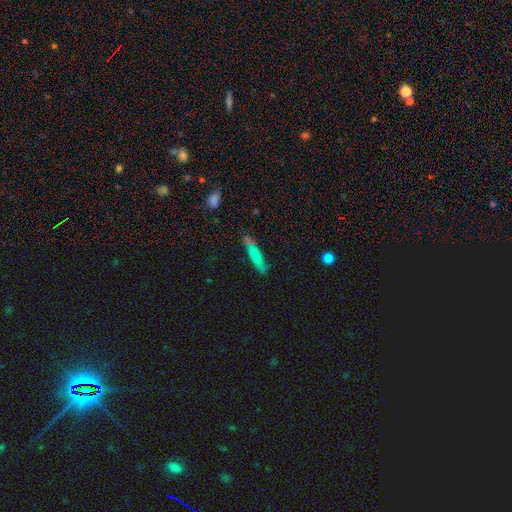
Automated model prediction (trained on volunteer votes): This appears to be a smooth galaxy with no disk features (68%) that is cigar-shaped (86%). Merging: none (71%).